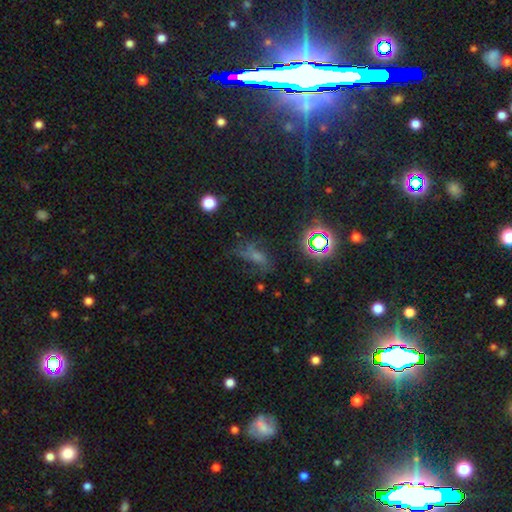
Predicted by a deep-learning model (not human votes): Smooth or featured: smooth — 37% (star or artifact — 34%)
Merging: none — 44% (major disturbance — 27%)